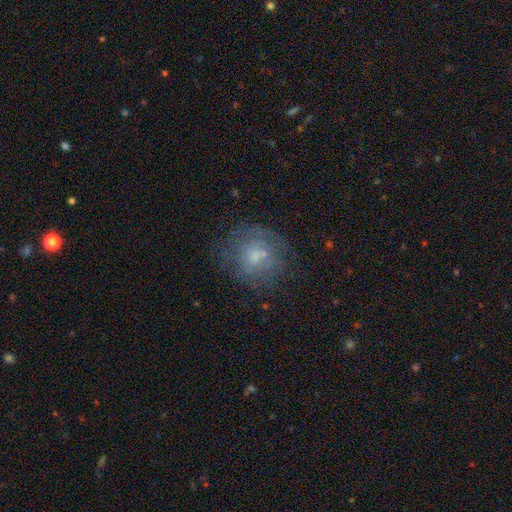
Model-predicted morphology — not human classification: Smooth or featured?
  - featured or disk: 47% *
  - smooth: 41%
  - star or artifact: 12%
Merging?
  - none: 66% *
  - minor disturbance: 17%
  - major disturbance: 13%
  - merger: 4%